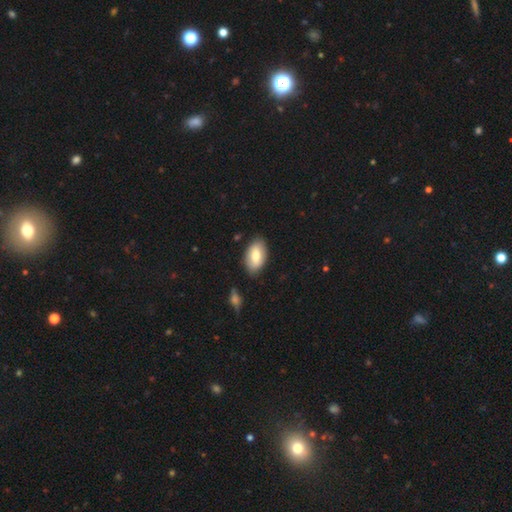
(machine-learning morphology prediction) This is likely a smooth galaxy (74%). How rounded: clearly in between (93%). Merging: clearly none (83%).